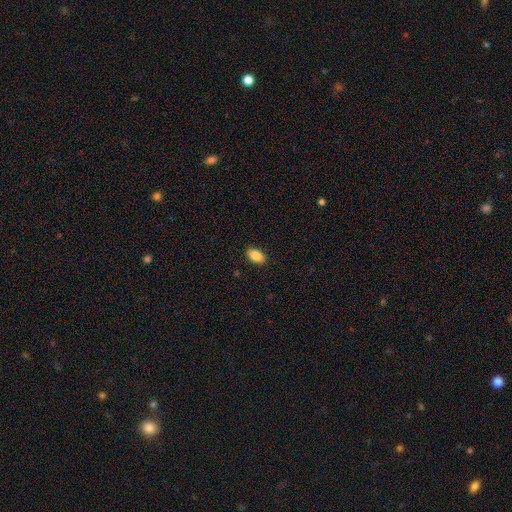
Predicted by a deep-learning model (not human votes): A smooth galaxy with no disk features (83%) that is in between round and cigar-shaped (90%).

Vote fractions:
- Smooth or featured? smooth: 83% / featured or disk: 9% / star or artifact: 8%
- How rounded? in between: 90% / round: 7% / cigar-shaped: 3%
- Merging? none: 89% / minor disturbance: 8% / major disturbance: 2% / merger: 1%